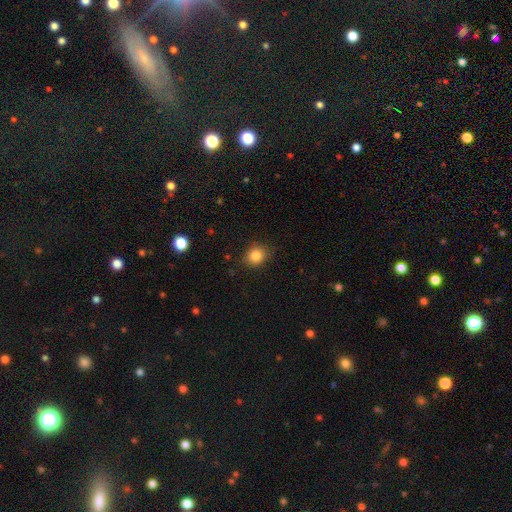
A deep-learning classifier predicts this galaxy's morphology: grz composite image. It shows a smooth galaxy with no disk features (86%) that is round (74%). Merging: none (83%).